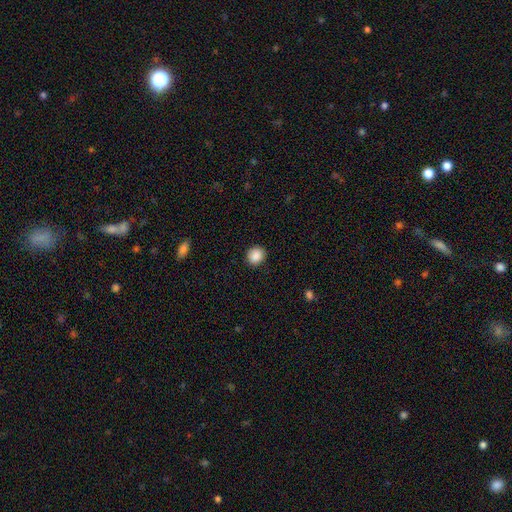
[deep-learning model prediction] smooth_or_featured: smooth (p=0.89) [alt: star or artifact p=0.09]
how_rounded: round (p=0.84) [alt: in between p=0.15]
merging: none (p=0.90) [alt: minor disturbance p=0.07]